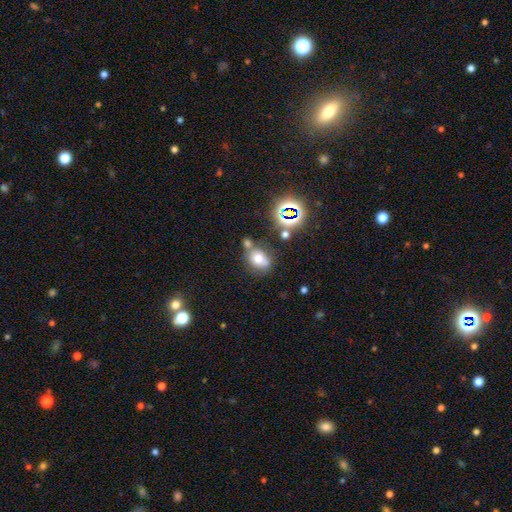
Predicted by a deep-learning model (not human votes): A smooth galaxy with no disk features (62%) that is round (55%).

Vote fractions:
- Smooth or featured? smooth: 62% / star or artifact: 20% / featured or disk: 18%
- How rounded? round: 55% / in between: 44% / cigar-shaped: 1%
- Merging? none: 53% / merger: 24% / minor disturbance: 17% / major disturbance: 7%